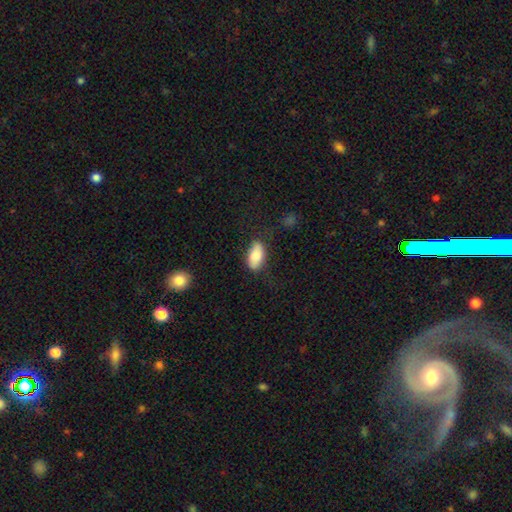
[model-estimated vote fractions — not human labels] Morphology: type=smooth (83%); roundness=in between (90%); merging=none (69%).